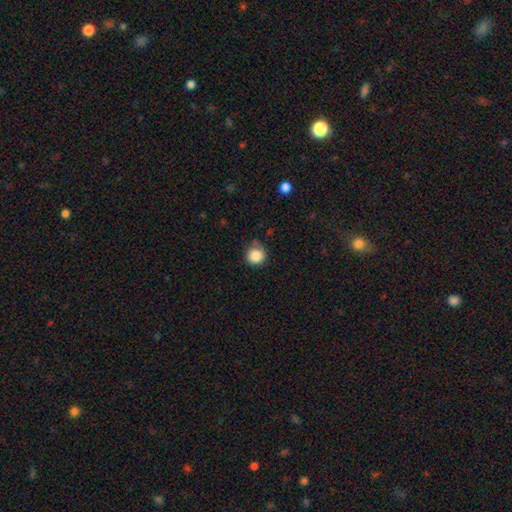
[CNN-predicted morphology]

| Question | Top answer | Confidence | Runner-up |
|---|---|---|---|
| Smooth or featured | smooth | 87% | star or artifact (10%) |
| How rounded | round | 93% | in between (6%) |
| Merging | none | 78% | minor disturbance (15%) |